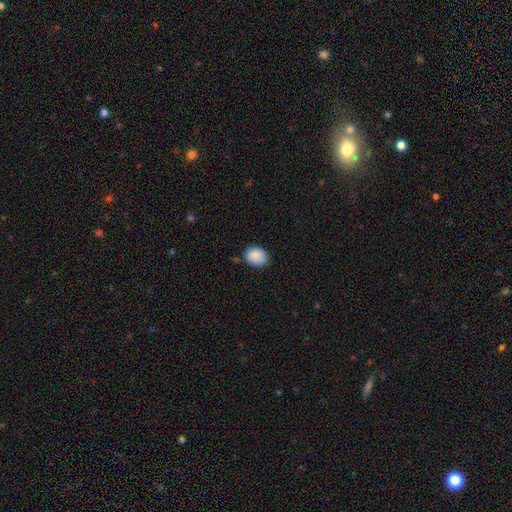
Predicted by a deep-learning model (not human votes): This appears to be a smooth galaxy with no disk features (88%) that is in between round and cigar-shaped (58%). Merging: none (69%).